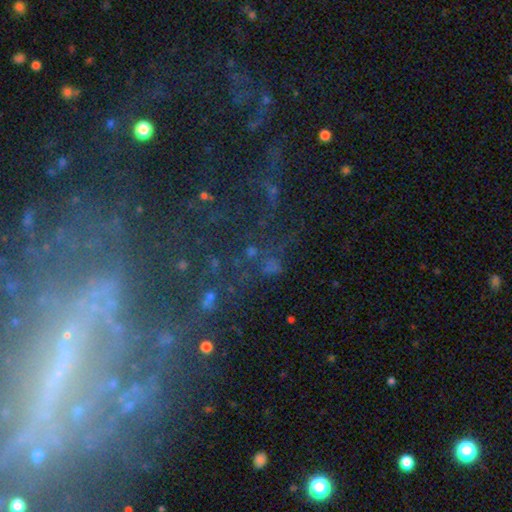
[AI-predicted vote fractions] A star or artifact, not a galaxy (49%).

Vote fractions:
- Smooth or featured? star or artifact: 49% / featured or disk: 34% / smooth: 17%